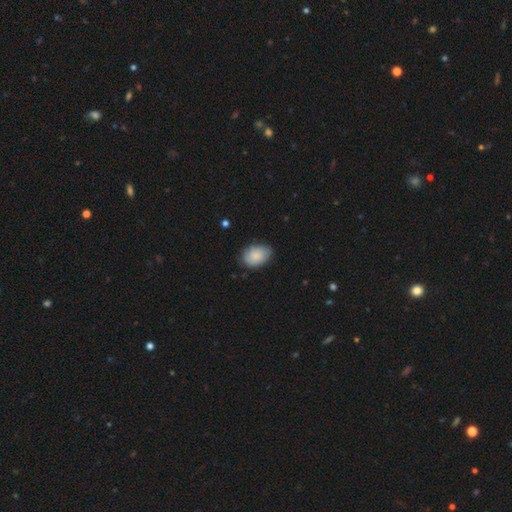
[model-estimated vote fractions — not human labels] smooth 81%, featured or disk 13%, star or artifact 6%. Down the decision tree: how rounded — in between (80%); merging — none (75%).